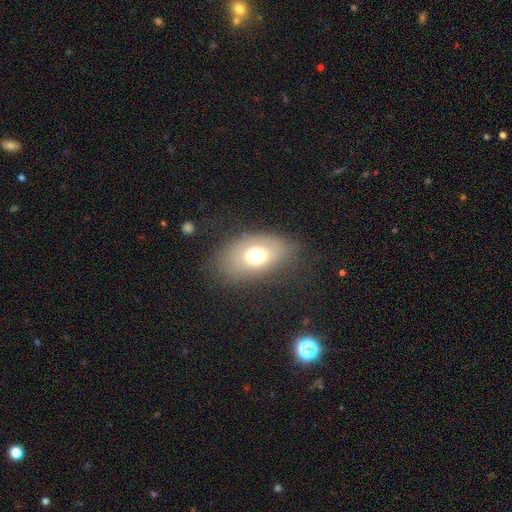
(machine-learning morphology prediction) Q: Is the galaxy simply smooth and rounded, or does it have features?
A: smooth — 67%.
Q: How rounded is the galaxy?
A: in between — 84%.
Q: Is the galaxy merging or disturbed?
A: none — 71%.